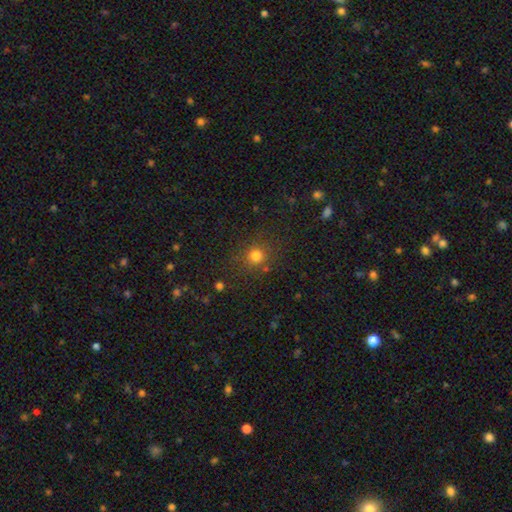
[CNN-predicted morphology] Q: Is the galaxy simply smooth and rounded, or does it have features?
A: smooth — 78%.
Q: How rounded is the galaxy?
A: round — 89%.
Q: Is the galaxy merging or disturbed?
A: none — 83%.